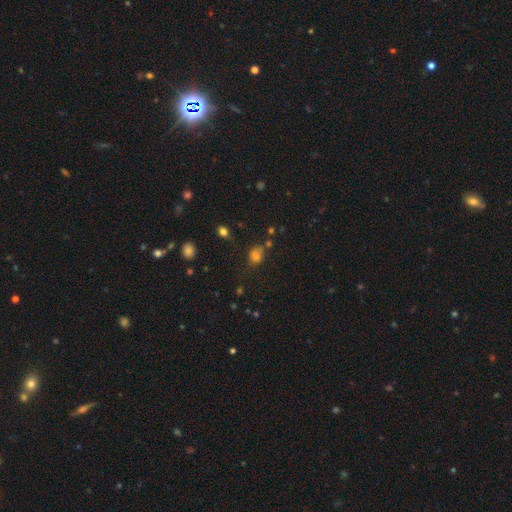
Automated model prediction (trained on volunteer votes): Smooth or featured? Predicted: smooth (p=0.74). How rounded? Predicted: round (p=0.56). Merging? Predicted: none (p=0.58).